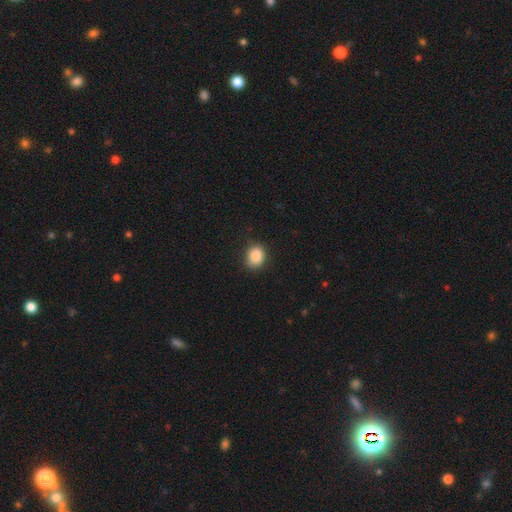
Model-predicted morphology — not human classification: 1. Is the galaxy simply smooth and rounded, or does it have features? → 87% smooth, 9% star or artifact, 4% featured or disk.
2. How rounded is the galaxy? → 58% round, 41% in between, 1% cigar-shaped.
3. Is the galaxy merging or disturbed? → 75% none, 20% minor disturbance, 4% major disturbance, 1% merger.